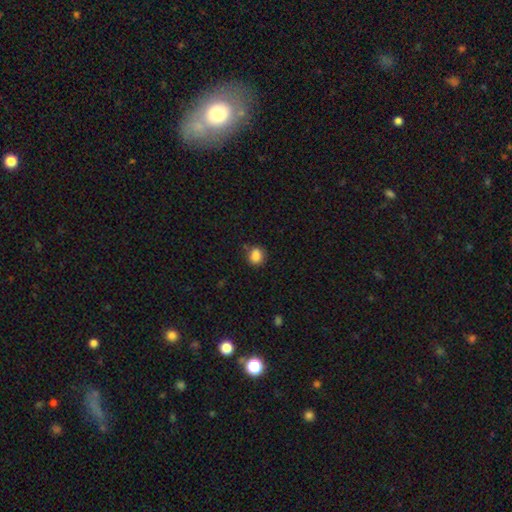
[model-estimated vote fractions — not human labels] This appears to be a smooth galaxy with no disk features (86%) that is round (64%). Merging: none (73%).